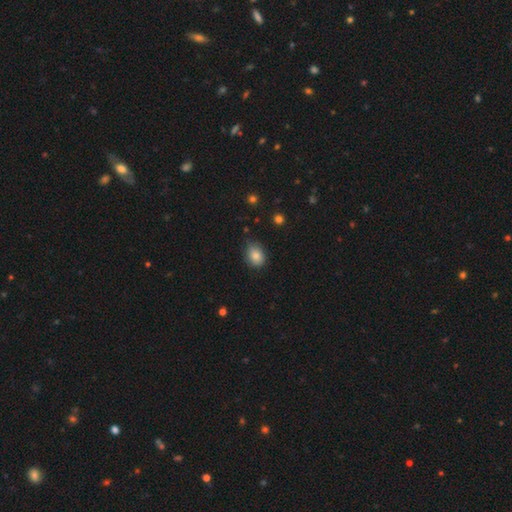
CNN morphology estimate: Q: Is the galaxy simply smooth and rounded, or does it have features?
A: smooth — 84%.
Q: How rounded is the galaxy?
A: in between — 65%.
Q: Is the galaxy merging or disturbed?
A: none — 70%.